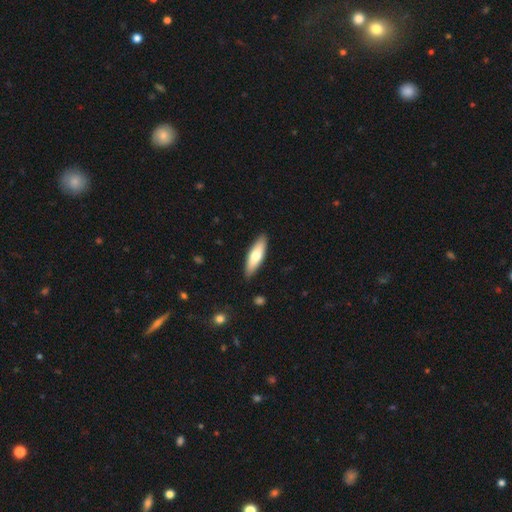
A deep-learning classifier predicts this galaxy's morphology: type=smooth (67%); roundness=cigar-shaped (56%); merging=none (88%).